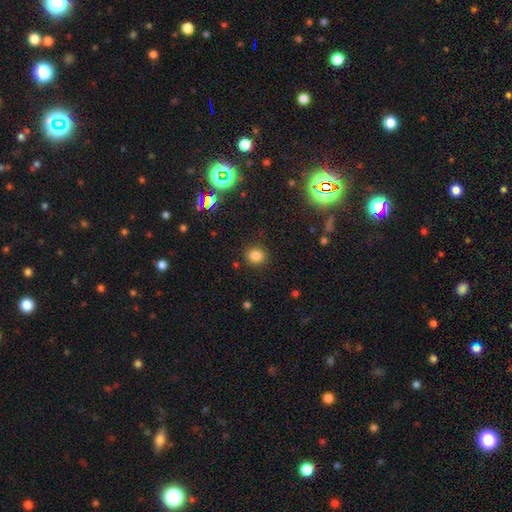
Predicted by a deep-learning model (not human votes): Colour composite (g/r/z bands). It shows a smooth galaxy with no disk features (81%) that is round (82%). Merging: none (89%).